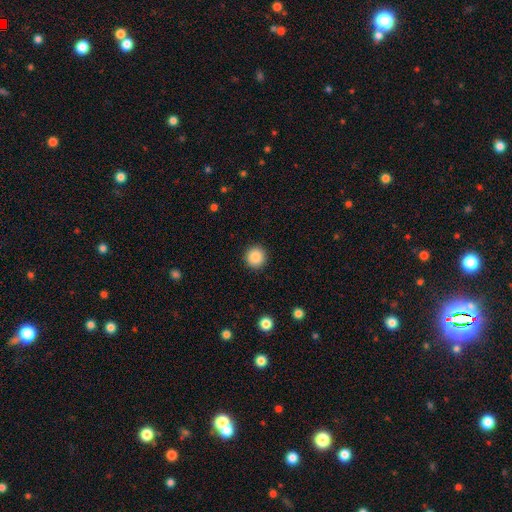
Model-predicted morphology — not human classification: A smooth galaxy with no disk features (88%) that is round (94%). Merging: none (92%).